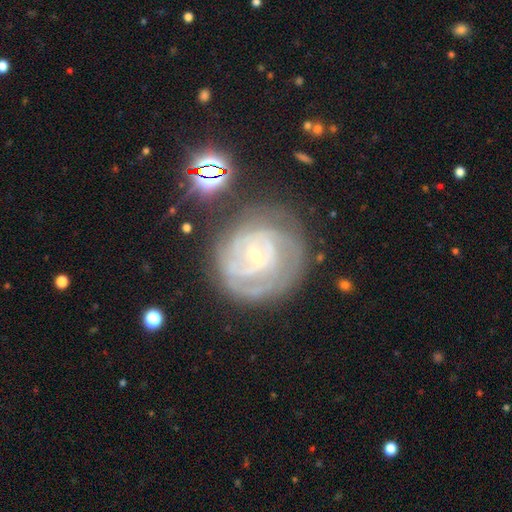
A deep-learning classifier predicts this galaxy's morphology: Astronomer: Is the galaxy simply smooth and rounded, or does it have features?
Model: featured or disk — 82%.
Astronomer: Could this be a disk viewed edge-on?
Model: no — 97%.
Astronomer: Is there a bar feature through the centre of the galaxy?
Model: weak — 44% (runner-up: no, 40%).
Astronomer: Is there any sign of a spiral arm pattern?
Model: yes — 92%.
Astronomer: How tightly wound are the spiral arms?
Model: tight — 68%.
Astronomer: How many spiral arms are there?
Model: can't tell — 37% (runner-up: 2, 27%).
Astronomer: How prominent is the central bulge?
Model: small — 79%.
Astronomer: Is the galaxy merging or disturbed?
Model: none — 65%.